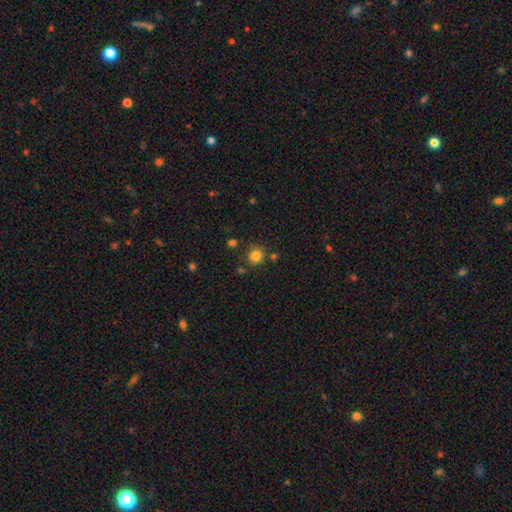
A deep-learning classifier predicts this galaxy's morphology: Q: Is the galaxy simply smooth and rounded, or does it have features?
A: smooth — 82%.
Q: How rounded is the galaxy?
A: round — 91%.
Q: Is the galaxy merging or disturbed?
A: none — 82%.